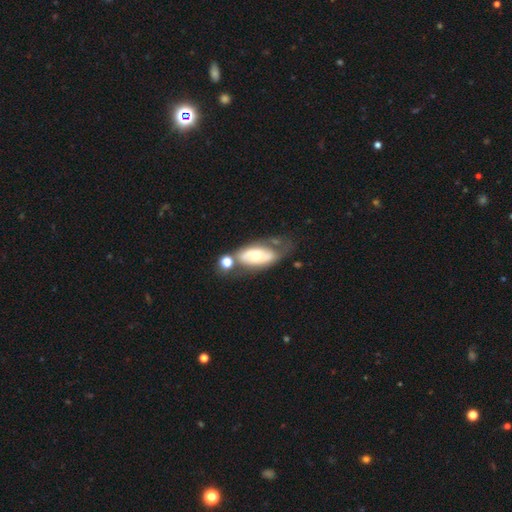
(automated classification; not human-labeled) The model was most divided on "smooth or featured": featured or disk: 55%, smooth: 39%, star or artifact: 7%. Remaining: edge-on disk — no (86%); merging — none (43%).